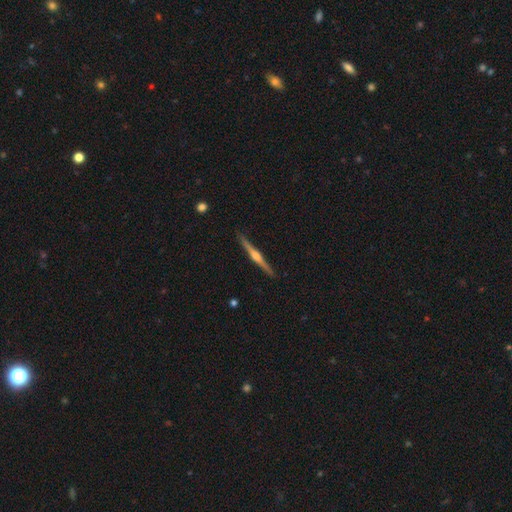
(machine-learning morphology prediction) Smooth or featured? Predicted: featured or disk (p=0.80). Edge-on disk? Predicted: yes (p=0.99). Edge-on bulge? Predicted: rounded (p=0.90). Merging? Predicted: none (p=0.91).